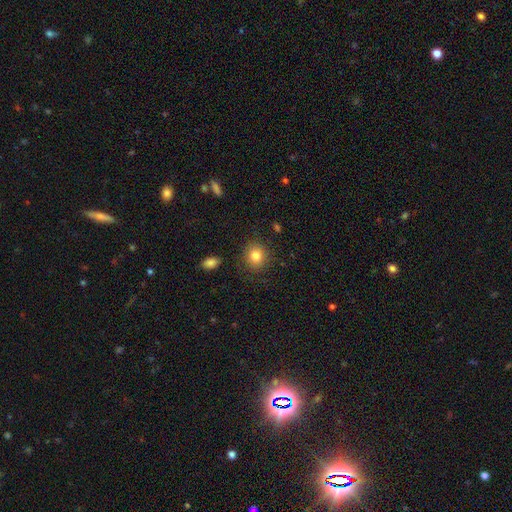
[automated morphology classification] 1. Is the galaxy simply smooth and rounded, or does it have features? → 82% smooth, 10% star or artifact, 8% featured or disk.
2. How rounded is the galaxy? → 85% round, 14% in between, 1% cigar-shaped.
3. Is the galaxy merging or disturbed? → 88% none, 8% minor disturbance, 3% major disturbance, 1% merger.